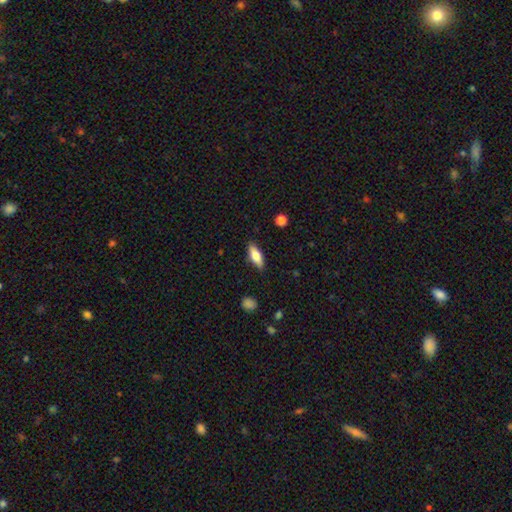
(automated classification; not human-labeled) A smooth galaxy with no disk features (71%) that is in between round and cigar-shaped (61%). Merging: none (87%).